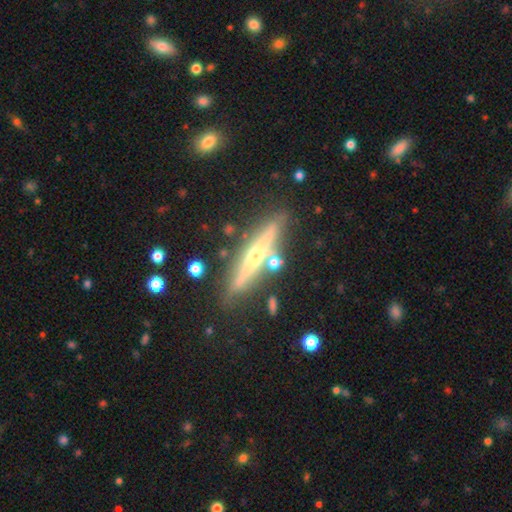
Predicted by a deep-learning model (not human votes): Smooth or featured? featured or disk (75%)
Edge-on disk? yes (96%)
Edge-on bulge? rounded (89%)
Merging? none (83%)